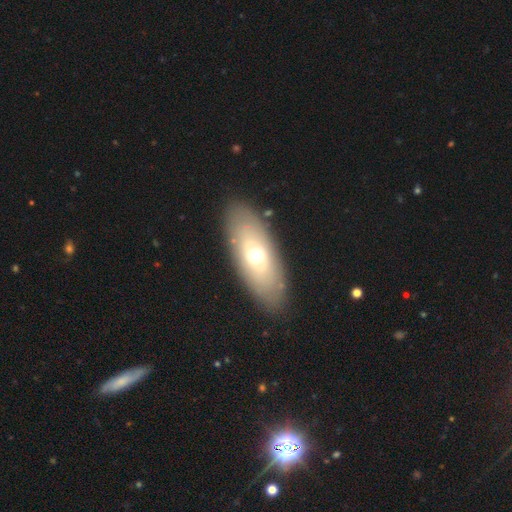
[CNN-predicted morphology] This appears to be a featured or disk galaxy (50%). Merging: none (85%).